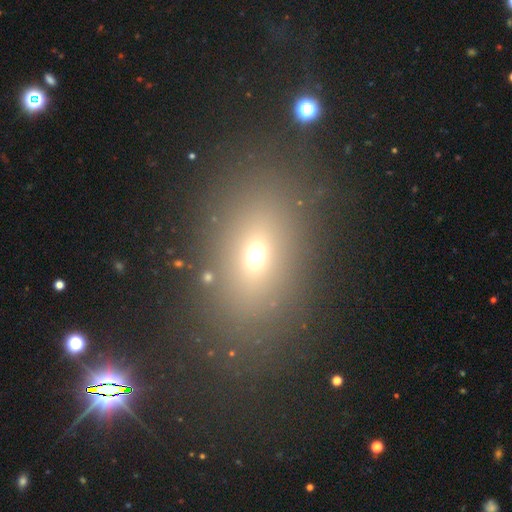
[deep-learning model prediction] A smooth galaxy with no disk features (63%) that is in between round and cigar-shaped (75%).

Vote fractions:
- Smooth or featured? smooth: 63% / star or artifact: 22% / featured or disk: 15%
- How rounded? in between: 75% / round: 22% / cigar-shaped: 3%
- Merging? none: 80% / minor disturbance: 9% / major disturbance: 7% / merger: 3%